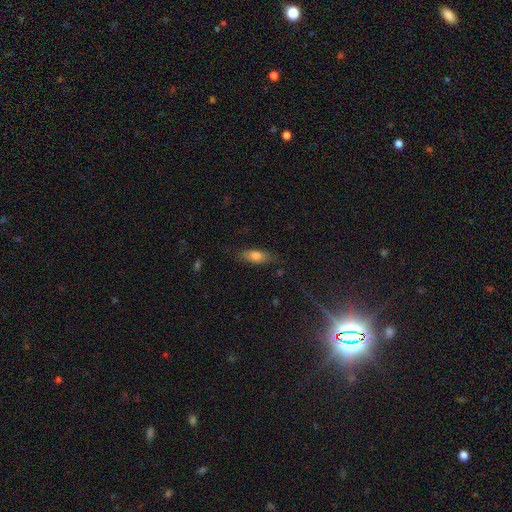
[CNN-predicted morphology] Q: Smooth or featured?
A: smooth (73%); runner-up: featured or disk (19%)
Q: How rounded?
A: in between (71%); runner-up: cigar-shaped (26%)
Q: Merging?
A: none (78%); runner-up: minor disturbance (16%)